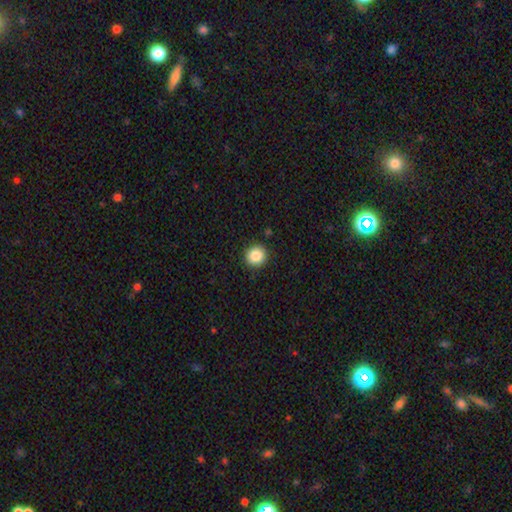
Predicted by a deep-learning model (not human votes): This is clearly a smooth galaxy (87%). How rounded: clearly round (92%). Merging: clearly none (91%).